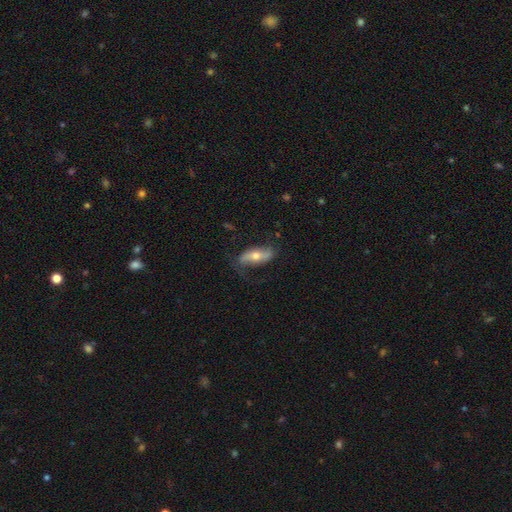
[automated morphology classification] Q: Smooth or featured?
A: featured or disk (58%); runner-up: smooth (36%)
Q: Edge-on disk?
A: no (77%); runner-up: yes (23%)
Q: Merging?
A: none (68%); runner-up: minor disturbance (21%)